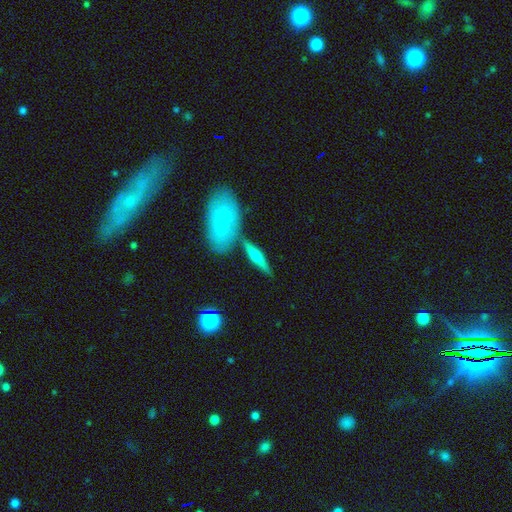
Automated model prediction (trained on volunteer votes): Smooth or featured? Predicted: featured or disk (p=0.59). Edge-on disk? Predicted: yes (p=0.92). Edge-on bulge? Predicted: rounded (p=0.90). Merging? Predicted: none (p=0.73).